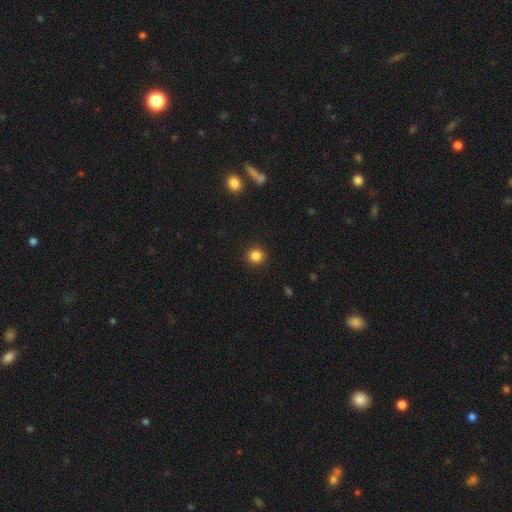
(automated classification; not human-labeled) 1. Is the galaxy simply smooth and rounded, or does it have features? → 84% smooth, 12% star or artifact, 4% featured or disk.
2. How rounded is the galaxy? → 93% round, 6% in between, 1% cigar-shaped.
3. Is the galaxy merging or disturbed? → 92% none, 5% minor disturbance, 2% major disturbance, 1% merger.